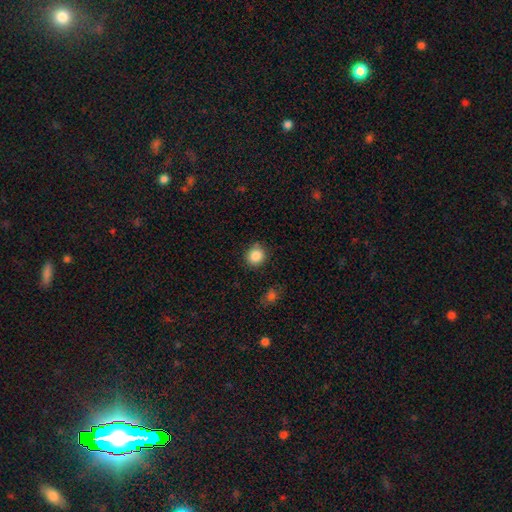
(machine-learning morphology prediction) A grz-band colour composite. It shows a smooth galaxy with no disk features (86%) that is round (87%). Merging: none (83%).